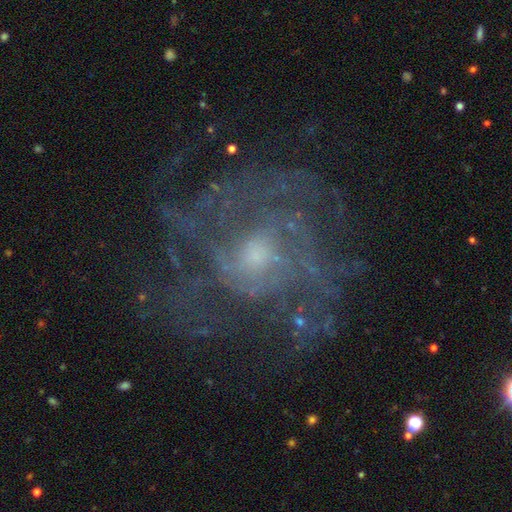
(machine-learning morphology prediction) This is likely a featured or disk galaxy (76%). It is clearly not viewed edge-on (97%). Bar: likely no (74%). Spiral arm pattern: clearly yes (81%). Spiral arm count: marginally can't tell (41%). Spiral winding: marginally medium (39%, tied with tight). Central bulge: possibly small (51%). Merging: possibly none (59%).